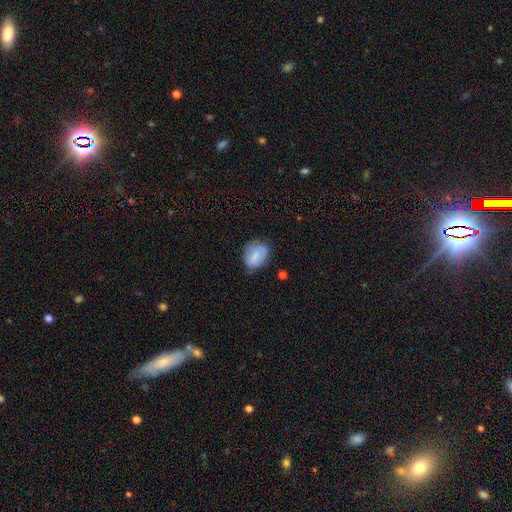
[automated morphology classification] smooth 66%, featured or disk 26%, star or artifact 8%. Down the decision tree: how rounded — in between (55%); merging — none (61%).